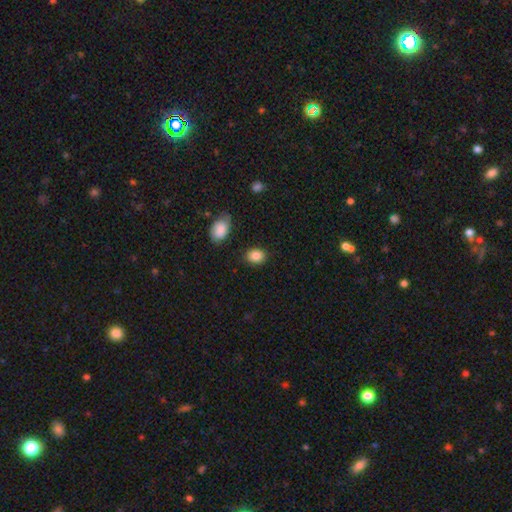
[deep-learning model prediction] Q: Smooth or featured?
A: smooth (87%); runner-up: star or artifact (8%)
Q: How rounded?
A: in between (60%); runner-up: round (39%)
Q: Merging?
A: none (85%); runner-up: minor disturbance (10%)